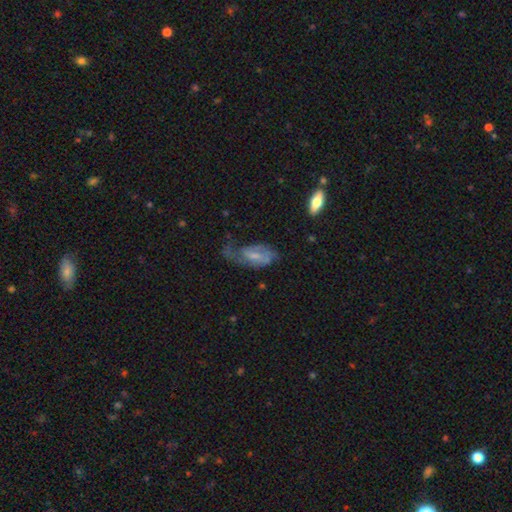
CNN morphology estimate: This is likely a featured or disk galaxy (64%). It is clearly not viewed edge-on (93%). Bar: possibly weak (48%). Spiral arm pattern: likely yes (79%). Central bulge: marginally small (45%). Merging: marginally major disturbance (37%).